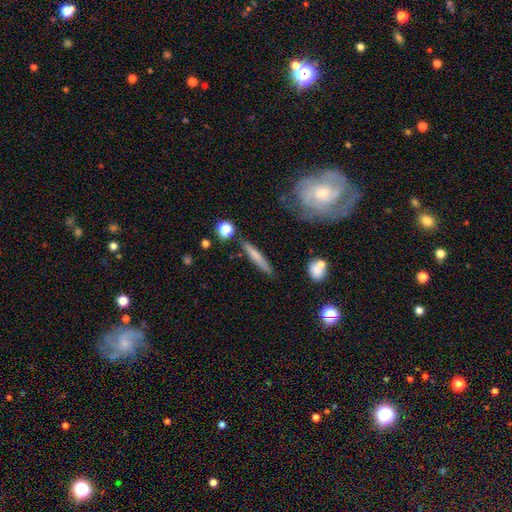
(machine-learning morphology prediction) Q: Smooth or featured?
A: smooth (60%); runner-up: featured or disk (33%)
Q: How rounded?
A: cigar-shaped (92%); runner-up: in between (6%)
Q: Merging?
A: none (82%); runner-up: minor disturbance (12%)